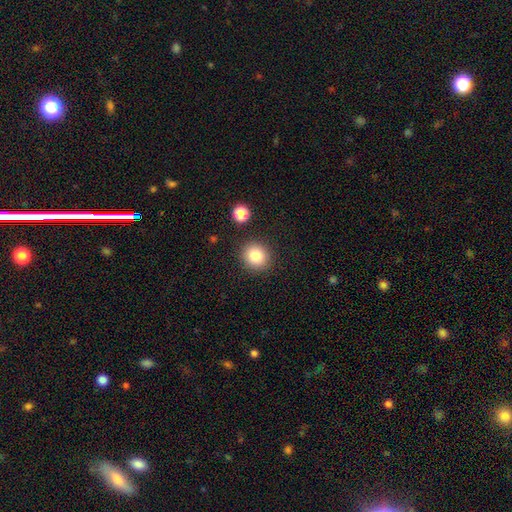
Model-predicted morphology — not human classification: A smooth galaxy with no disk features (82%) that is round (85%).

Vote fractions:
- Smooth or featured? smooth: 82% / star or artifact: 11% / featured or disk: 7%
- How rounded? round: 85% / in between: 14% / cigar-shaped: 1%
- Merging? none: 88% / minor disturbance: 7% / merger: 3% / major disturbance: 2%